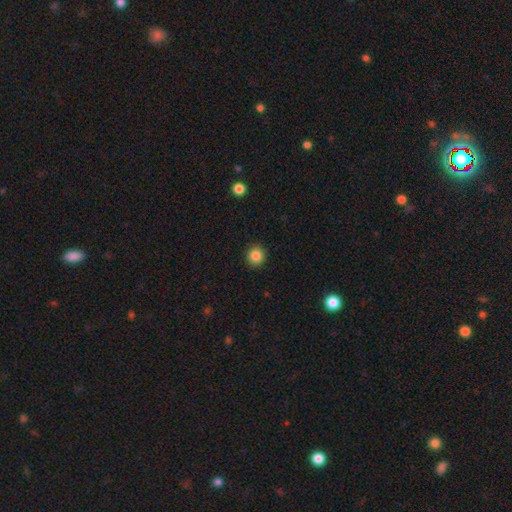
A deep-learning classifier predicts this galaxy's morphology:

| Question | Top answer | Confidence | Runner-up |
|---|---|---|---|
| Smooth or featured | smooth | 85% | star or artifact (11%) |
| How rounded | round | 92% | in between (7%) |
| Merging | none | 92% | minor disturbance (5%) |